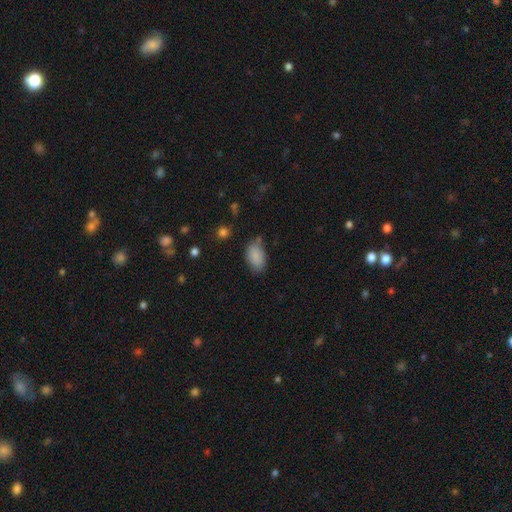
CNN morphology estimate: Smooth or featured: smooth — 87% (star or artifact — 8%)
How rounded: in between — 92% (round — 6%)
Merging: none — 69% (minor disturbance — 21%)